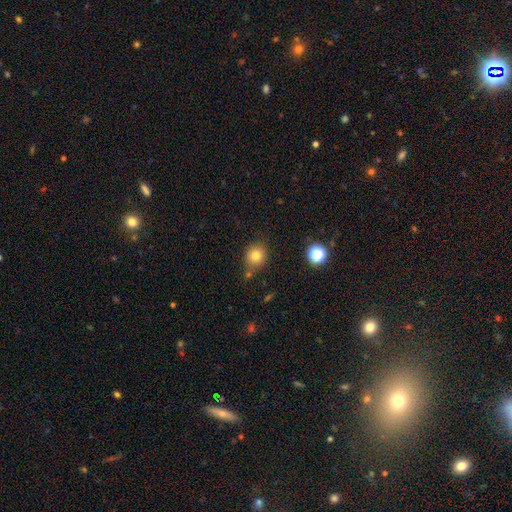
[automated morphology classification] A smooth galaxy with no disk features (80%) that is round (87%). Merging: none (74%).